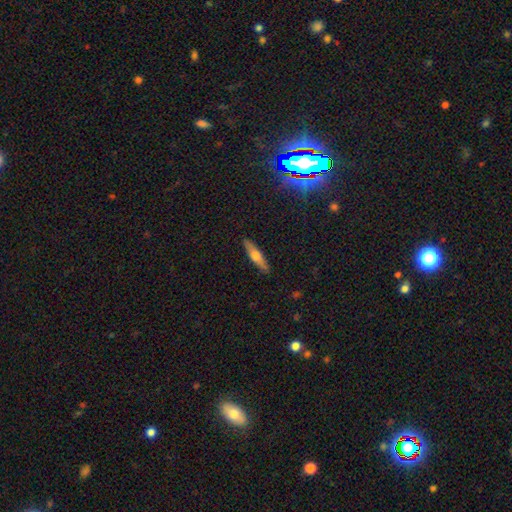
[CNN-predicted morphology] smooth_or_featured: smooth (p=0.52) [alt: featured or disk p=0.41]
how_rounded: cigar-shaped (p=0.78) [alt: in between p=0.20]
merging: none (p=0.90) [alt: minor disturbance p=0.08]